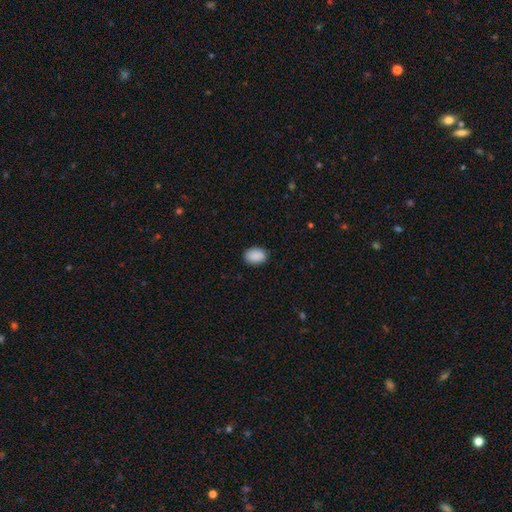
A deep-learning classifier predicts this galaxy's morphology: This appears to be a smooth galaxy with no disk features (90%) that is in between round and cigar-shaped (78%). Merging: none (86%).